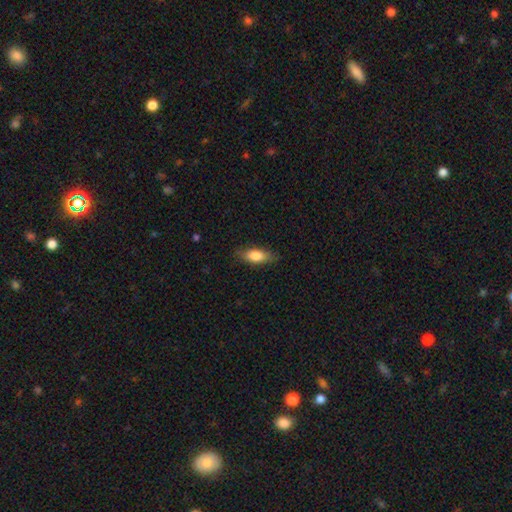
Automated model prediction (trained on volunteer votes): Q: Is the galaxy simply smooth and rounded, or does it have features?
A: smooth — 78%.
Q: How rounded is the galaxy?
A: in between — 73%.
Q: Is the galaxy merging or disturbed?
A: none — 82%.